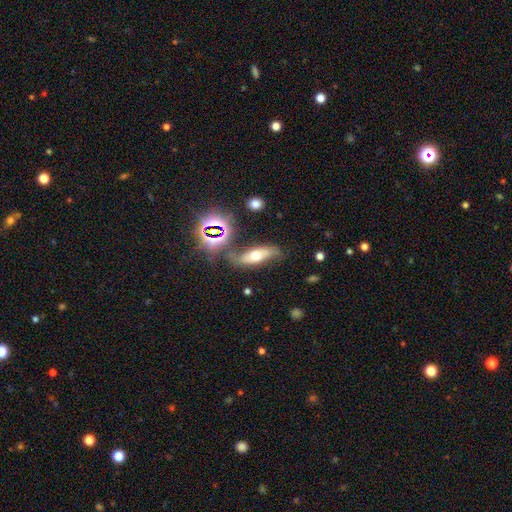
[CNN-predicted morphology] type=smooth (45%); merging=none (64%).